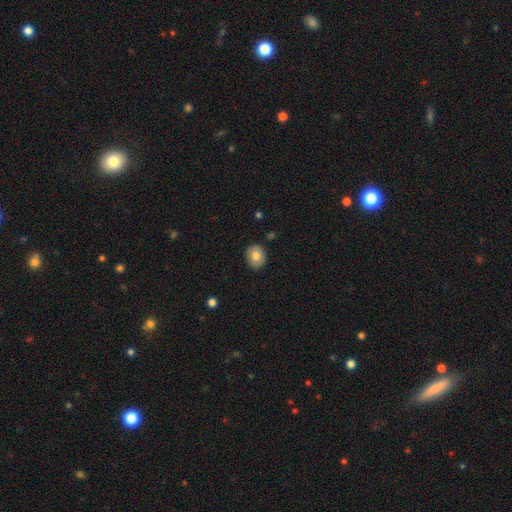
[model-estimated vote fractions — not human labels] Q: Smooth or featured?
A: smooth (74%); runner-up: featured or disk (18%)
Q: How rounded?
A: round (68%); runner-up: in between (31%)
Q: Merging?
A: none (88%); runner-up: minor disturbance (9%)